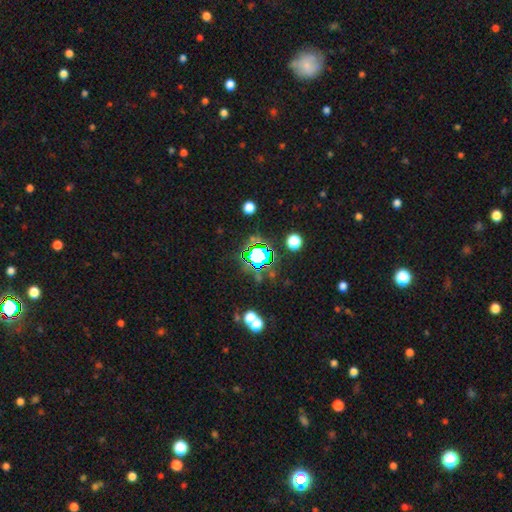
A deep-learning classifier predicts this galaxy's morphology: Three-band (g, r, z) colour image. It shows a star or artifact, not a galaxy (64%).